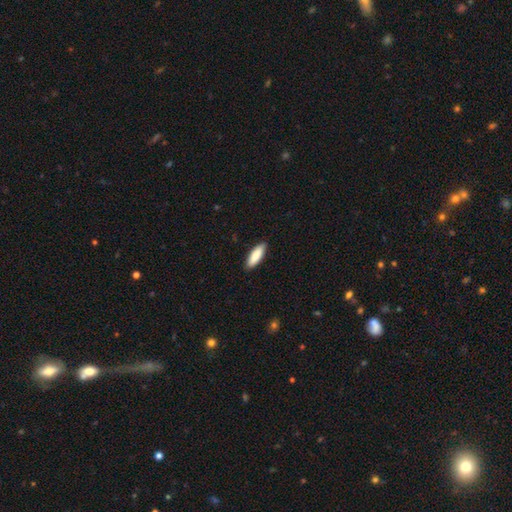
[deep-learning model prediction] Overall: smooth (87%). How rounded: in between (56%; cigar-shaped 43%). Merging: none (89%).